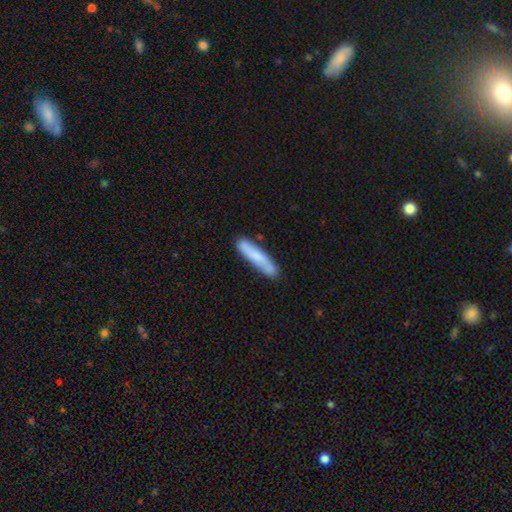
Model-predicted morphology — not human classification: Smooth or featured: smooth — 74% (featured or disk — 21%)
How rounded: cigar-shaped — 88% (in between — 11%)
Merging: none — 83% (minor disturbance — 13%)